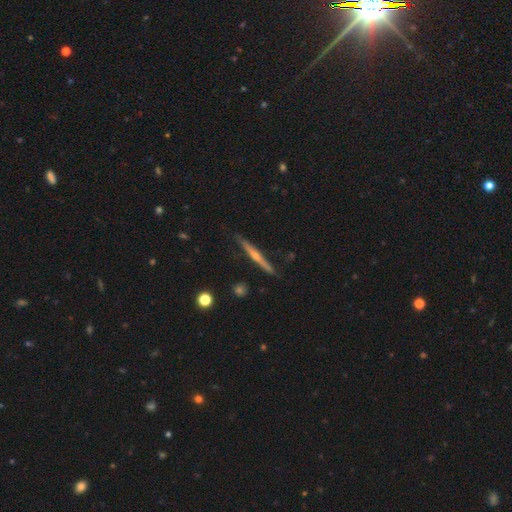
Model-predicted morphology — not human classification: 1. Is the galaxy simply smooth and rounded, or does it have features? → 71% featured or disk, 23% smooth, 6% star or artifact.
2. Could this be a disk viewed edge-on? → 98% yes, 2% no.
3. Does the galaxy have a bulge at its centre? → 77% rounded, 19% none, 4% boxy.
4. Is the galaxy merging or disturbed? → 88% none, 9% minor disturbance, 2% major disturbance, 1% merger.